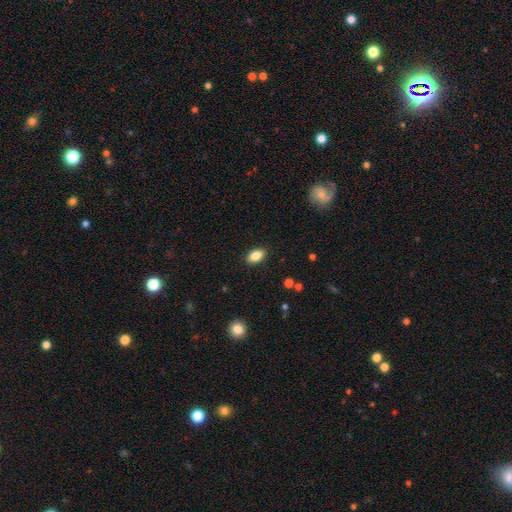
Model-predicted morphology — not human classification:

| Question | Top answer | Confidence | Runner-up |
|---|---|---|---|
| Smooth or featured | smooth | 84% | star or artifact (8%) |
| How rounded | in between | 90% | round (7%) |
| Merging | none | 89% | minor disturbance (8%) |